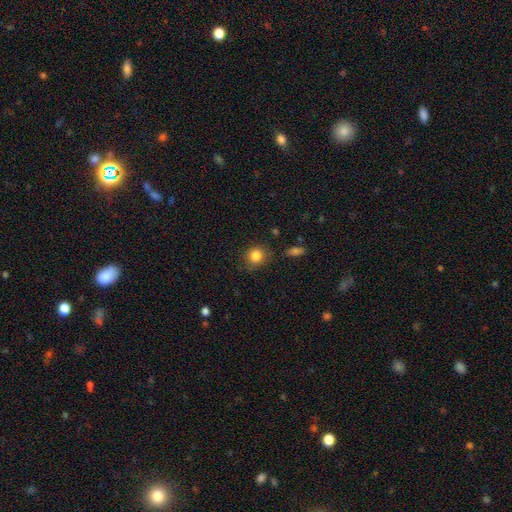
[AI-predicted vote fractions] smooth_or_featured: smooth (p=0.84) [alt: star or artifact p=0.10]
how_rounded: round (p=0.81) [alt: in between p=0.18]
merging: none (p=0.78) [alt: minor disturbance p=0.16]